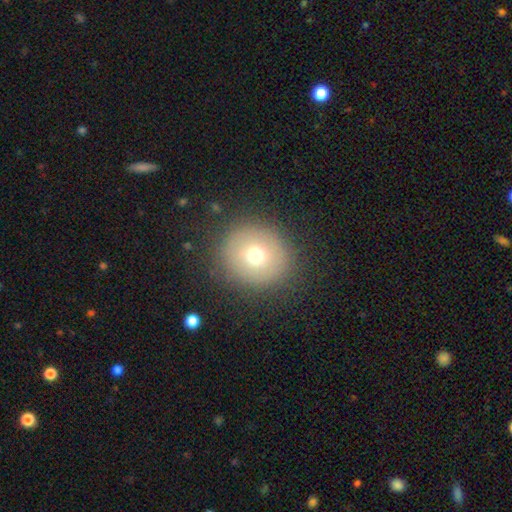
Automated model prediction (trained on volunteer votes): A smooth galaxy with no disk features (68%) that is round (91%). Merging: none (87%).